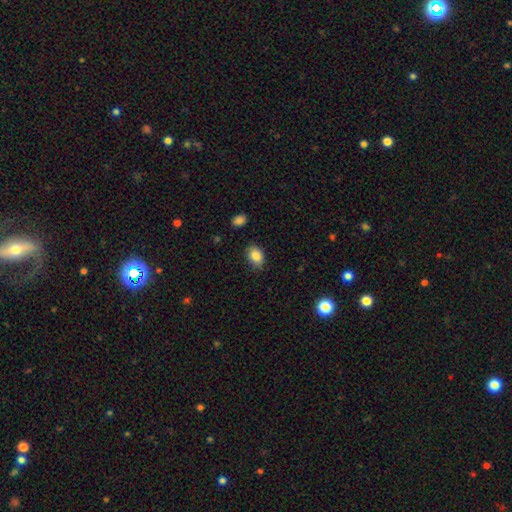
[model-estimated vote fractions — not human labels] The model was most divided on "how rounded": in between: 76%, round: 23%, cigar-shaped: 1%. More confident: smooth or featured — smooth (86%); merging — none (81%).